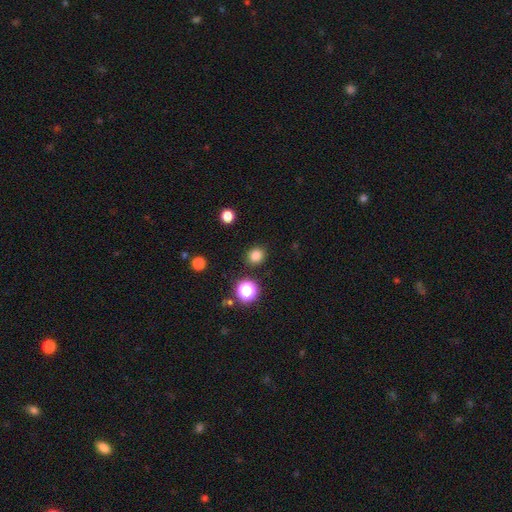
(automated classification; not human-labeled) Smooth or featured? smooth (81%)
How rounded? round (85%)
Merging? none (90%)